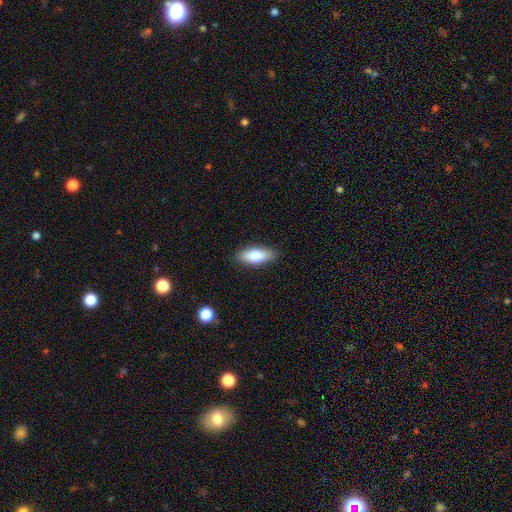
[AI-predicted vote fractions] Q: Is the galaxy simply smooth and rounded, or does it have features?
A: smooth — 76%.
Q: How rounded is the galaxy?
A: in between — 74%.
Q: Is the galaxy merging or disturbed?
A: none — 88%.